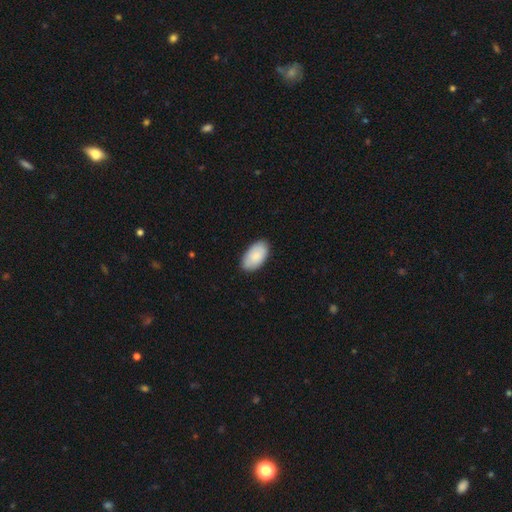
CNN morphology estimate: Overall: smooth (86%). How rounded: in between (96%). Merging: none (86%).